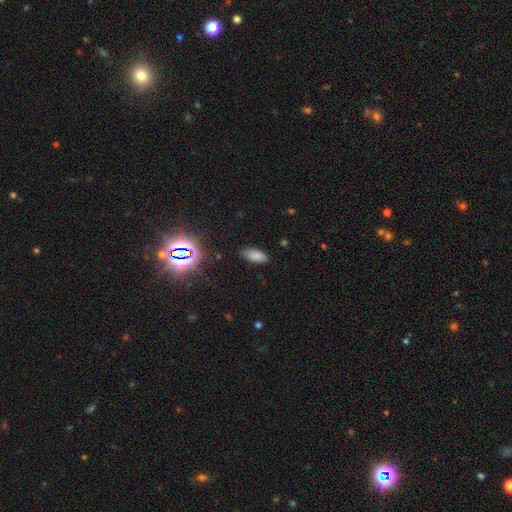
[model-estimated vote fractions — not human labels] Smooth or featured? Predicted: smooth (p=0.78). How rounded? Predicted: in between (p=0.85). Merging? Predicted: none (p=0.84).